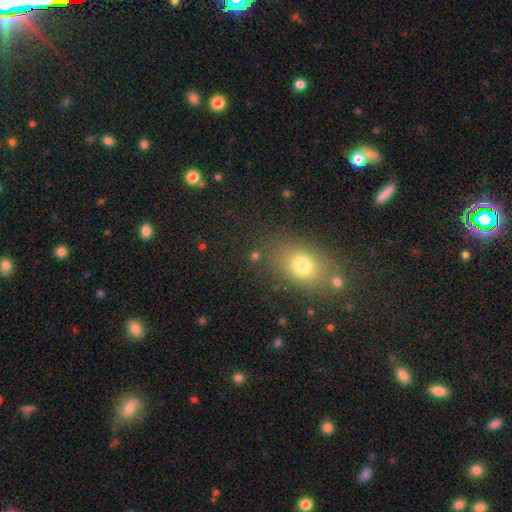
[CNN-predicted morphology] smooth_or_featured: smooth (p=0.69) [alt: star or artifact p=0.21]
how_rounded: in between (p=0.54) [alt: round p=0.42]
merging: none (p=0.76) [alt: minor disturbance p=0.11]